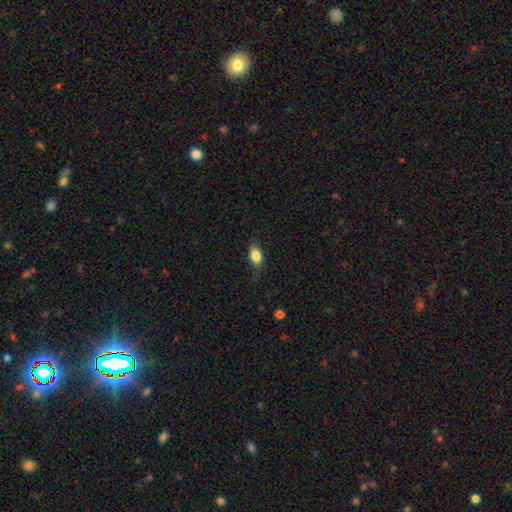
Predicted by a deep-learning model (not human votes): The model was most divided on "merging": none: 74%, minor disturbance: 20%, major disturbance: 5%, merger: 1%. More confident: how rounded — in between (85%); smooth or featured — smooth (82%).